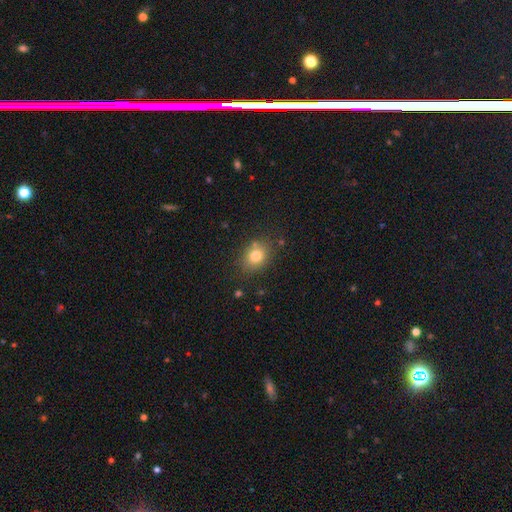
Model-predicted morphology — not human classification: Smooth or featured: smooth — 77% (star or artifact — 13%)
How rounded: round — 52% (in between — 47%)
Merging: none — 79% (minor disturbance — 13%)